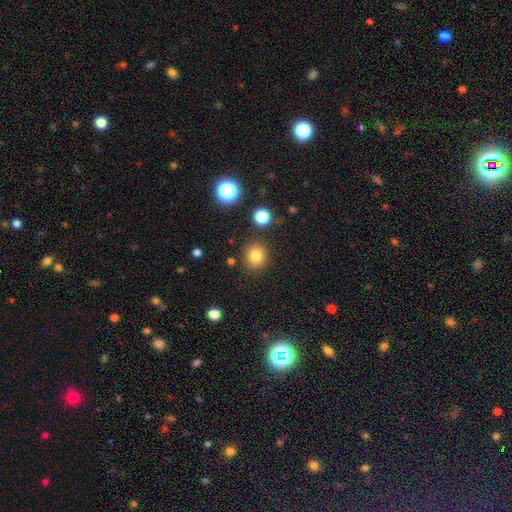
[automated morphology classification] Smooth or featured? smooth (80%)
How rounded? round (88%)
Merging? none (87%)